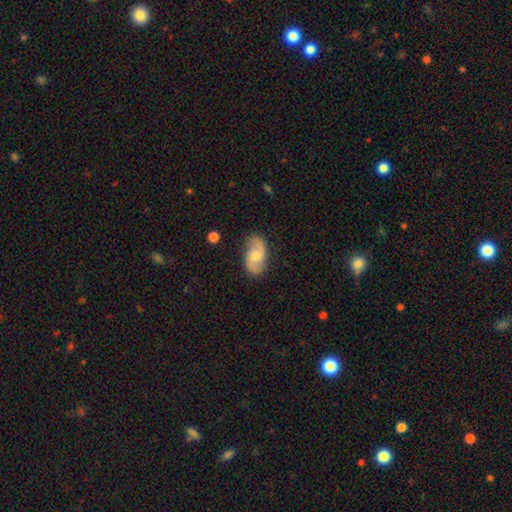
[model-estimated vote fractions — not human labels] featured or disk 63%, smooth 30%, star or artifact 7%. Down the decision tree: edge-on disk — no (96%); bar — no (62%); spiral arms — yes (90%); spiral arm count — 2 (88%); spiral winding — loose (45%); bulge size — moderate (62%); merging — none (80%).